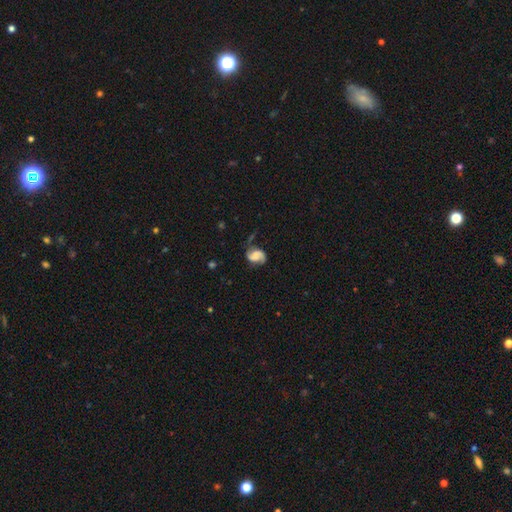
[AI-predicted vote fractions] Q: Smooth or featured?
A: featured or disk (68%); runner-up: smooth (23%)
Q: Edge-on disk?
A: no (98%); runner-up: yes (2%)
Q: Bar?
A: no (52%); runner-up: weak (35%)
Q: Spiral arms?
A: yes (93%); runner-up: no (7%)
Q: Spiral winding?
A: medium (41%); tied with: loose (41%)
Q: Spiral arm count?
A: 2 (86%); runner-up: 1 (7%)
Q: Bulge size?
A: none (38%); runner-up: large (19%)
Q: Merging?
A: none (58%); runner-up: minor disturbance (24%)